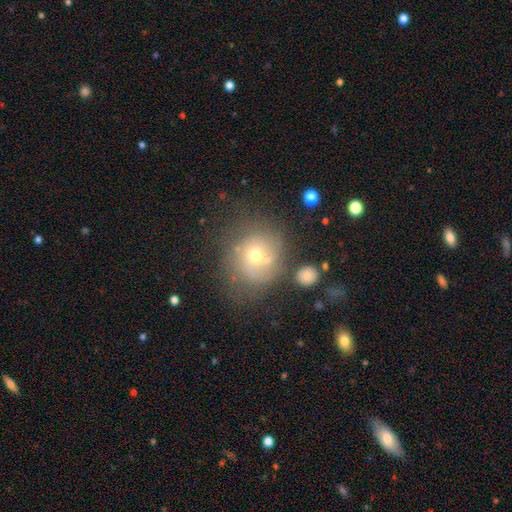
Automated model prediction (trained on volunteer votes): Smooth or featured: smooth — 58% (featured or disk — 27%)
How rounded: round — 85% (in between — 14%)
Merging: none — 50% (merger — 23%)